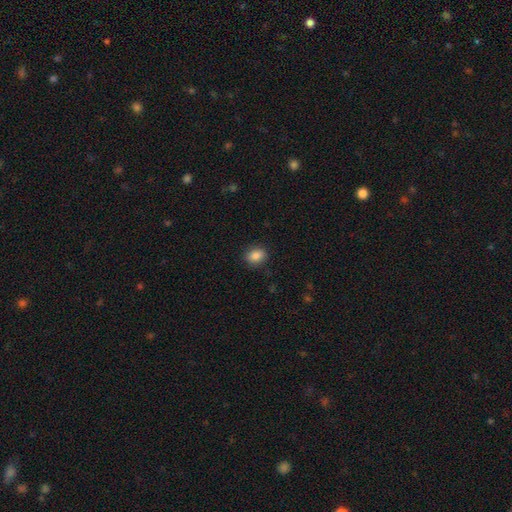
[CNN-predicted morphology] Q: Smooth or featured?
A: smooth (87%); runner-up: star or artifact (9%)
Q: How rounded?
A: in between (68%); runner-up: round (31%)
Q: Merging?
A: none (88%); runner-up: minor disturbance (9%)